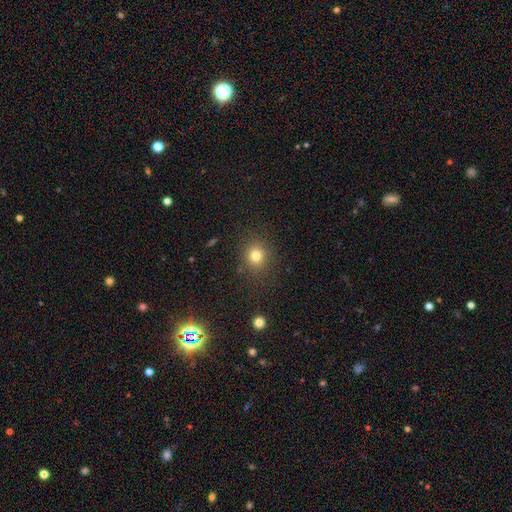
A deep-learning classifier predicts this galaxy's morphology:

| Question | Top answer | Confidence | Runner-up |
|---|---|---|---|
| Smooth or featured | smooth | 79% | star or artifact (14%) |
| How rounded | round | 82% | in between (17%) |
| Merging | none | 85% | minor disturbance (9%) |